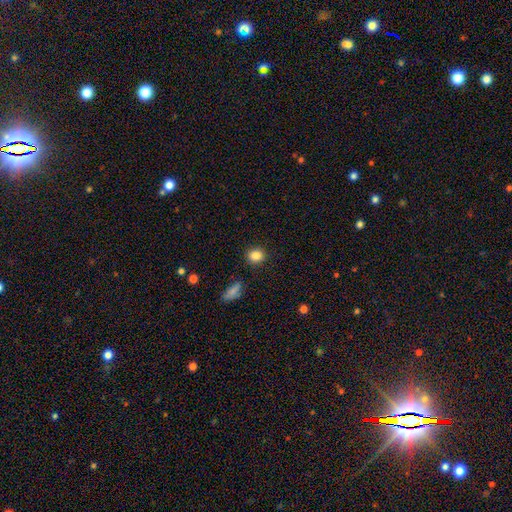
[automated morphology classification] Overall: smooth (86%). How rounded: round (78%). Merging: none (88%).